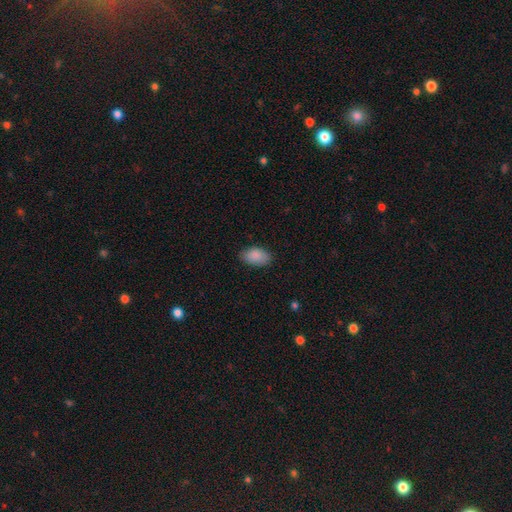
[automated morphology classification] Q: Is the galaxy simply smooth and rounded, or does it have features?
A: smooth — 89%.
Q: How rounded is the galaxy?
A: in between — 92%.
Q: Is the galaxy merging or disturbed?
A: none — 83%.